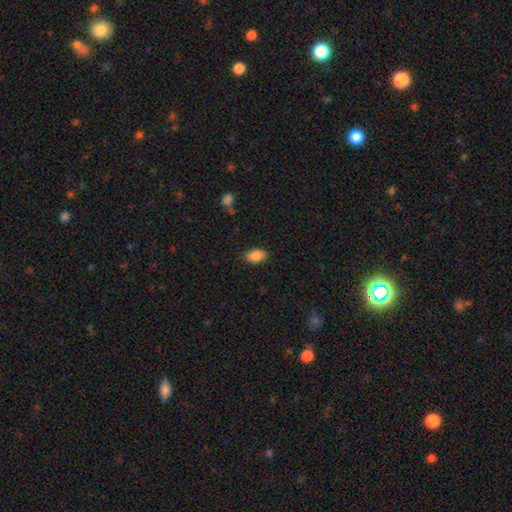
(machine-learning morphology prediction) Overall: smooth (88%). How rounded: in between (92%). Merging: none (87%).